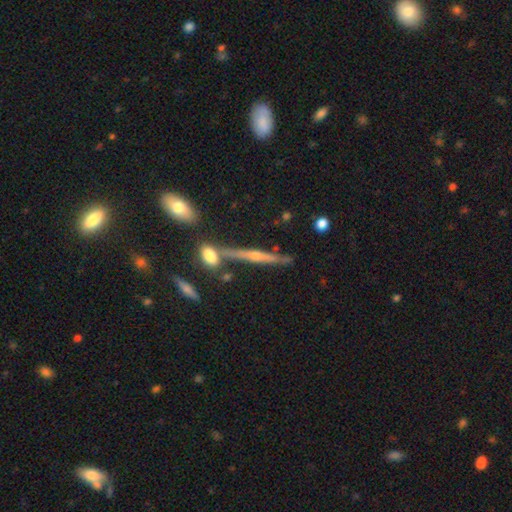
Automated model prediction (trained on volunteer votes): Overall: featured or disk (70%). Edge-on disk: yes (96%). Edge-on bulge: rounded (79%). Merging: none (76%).